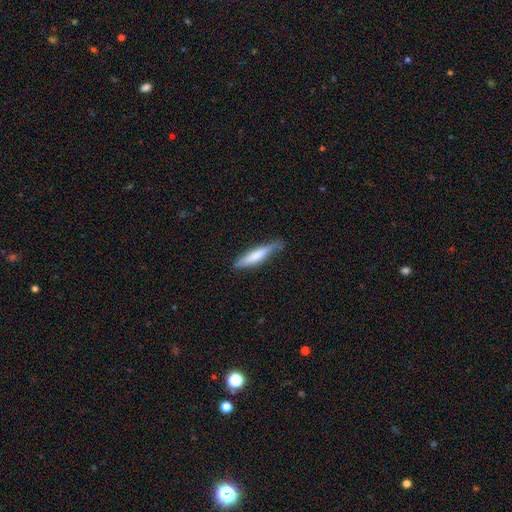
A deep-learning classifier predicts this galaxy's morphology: Smooth or featured: smooth — 70% (featured or disk — 25%)
How rounded: cigar-shaped — 86% (in between — 13%)
Merging: none — 69% (minor disturbance — 25%)